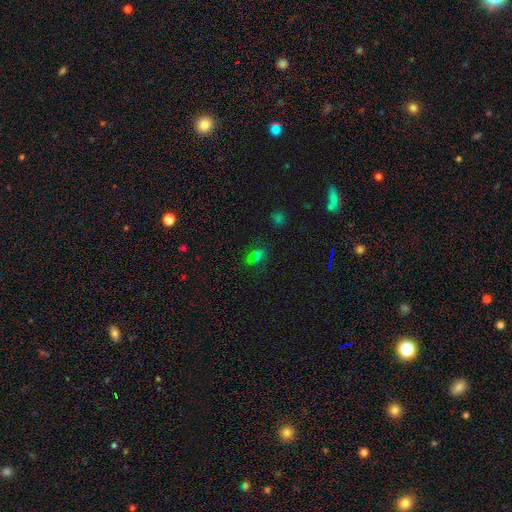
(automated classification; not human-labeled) Q: Smooth or featured?
A: smooth (52%); runner-up: star or artifact (37%)
Q: How rounded?
A: in between (71%); runner-up: round (24%)
Q: Merging?
A: none (70%); runner-up: minor disturbance (18%)